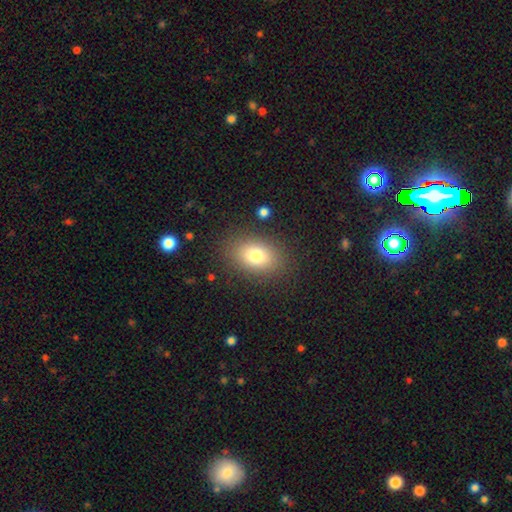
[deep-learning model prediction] Smooth or featured: smooth — 78% (featured or disk — 11%)
How rounded: in between — 79% (round — 20%)
Merging: none — 85% (minor disturbance — 9%)